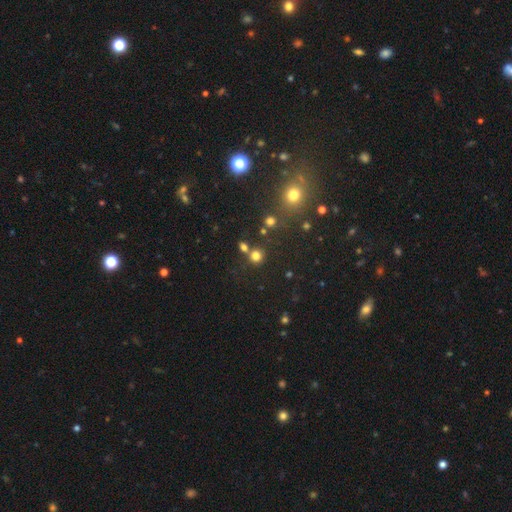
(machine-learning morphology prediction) Overall: smooth (75%). How rounded: round (89%). Merging: none (71%).